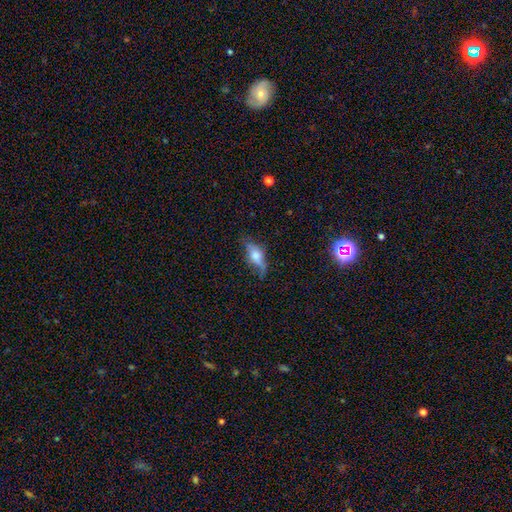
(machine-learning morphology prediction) Overall: smooth (49%; featured or disk 42%). Merging: none (52%; minor disturbance 29%).